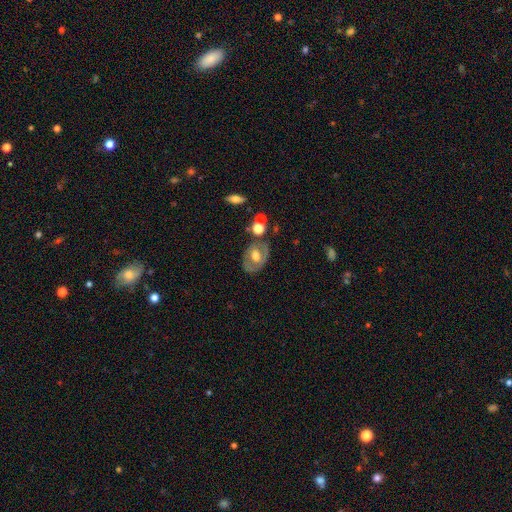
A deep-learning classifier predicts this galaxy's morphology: Smooth or featured: featured or disk — 53% (smooth — 39%)
Edge-on disk: no — 92% (yes — 8%)
Merging: none — 65% (minor disturbance — 18%)